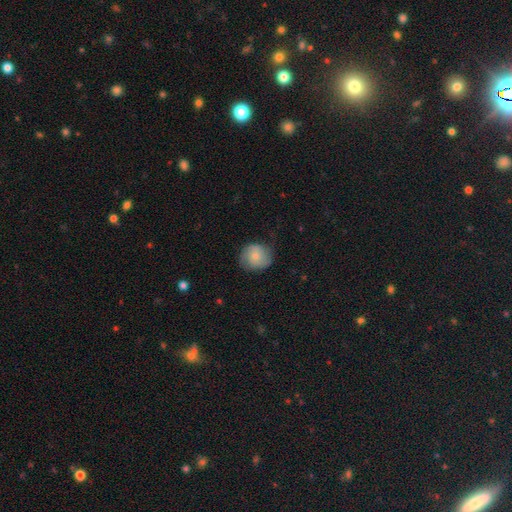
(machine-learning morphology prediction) A smooth galaxy with no disk features (65%) that is round (83%).

Vote fractions:
- Smooth or featured? smooth: 65% / featured or disk: 28% / star or artifact: 7%
- How rounded? round: 83% / in between: 16% / cigar-shaped: 1%
- Merging? none: 70% / minor disturbance: 23% / major disturbance: 6% / merger: 1%